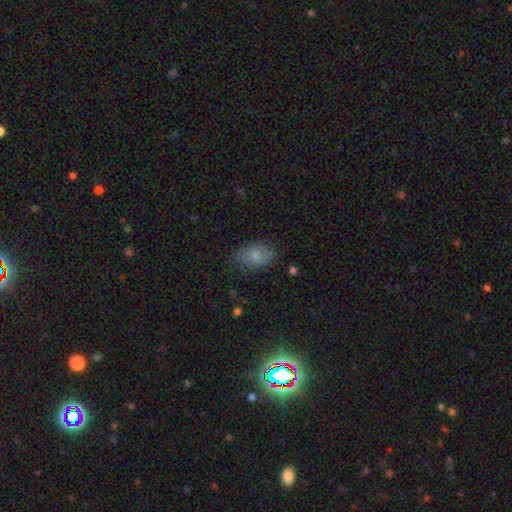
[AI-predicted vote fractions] The model was most divided on "merging": none: 69%, minor disturbance: 23%, major disturbance: 6%, merger: 2%. More confident: how rounded — in between (87%); smooth or featured — smooth (78%).